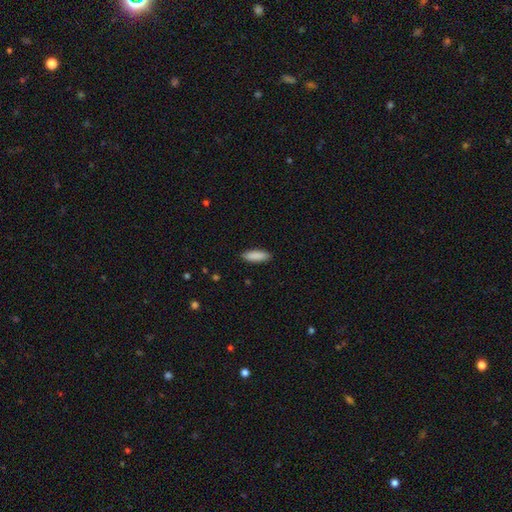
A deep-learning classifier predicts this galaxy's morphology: Smooth or featured? Predicted: smooth (p=0.89). How rounded? Predicted: in between (p=0.54). Merging? Predicted: none (p=0.89).